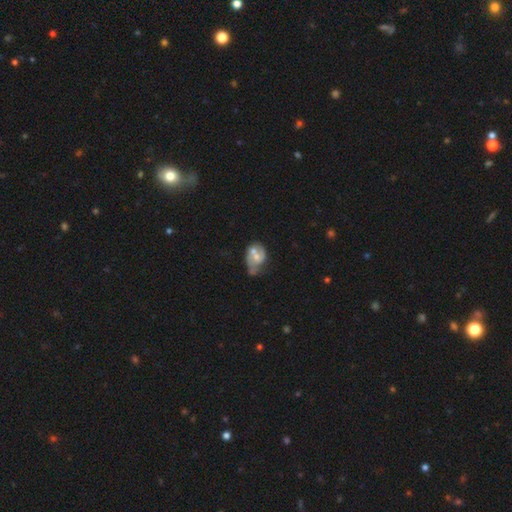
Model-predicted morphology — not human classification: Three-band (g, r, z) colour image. It shows a featured or disk galaxy (61%) with no bar (59%), spiral arms (66%) and a moderate central bulge (49%). Merging: merger (30%).